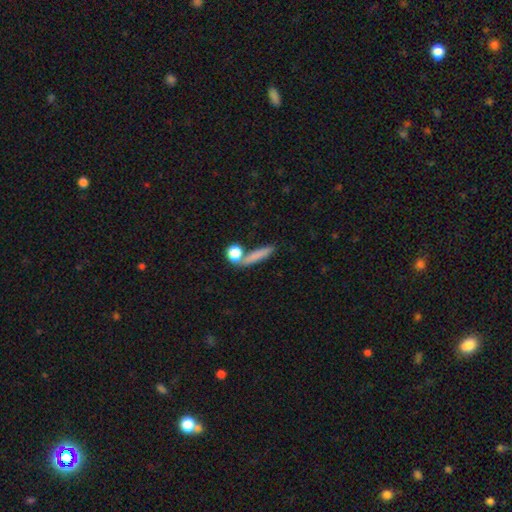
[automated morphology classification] Overall: smooth (76%). How rounded: cigar-shaped (60%). Merging: none (66%).